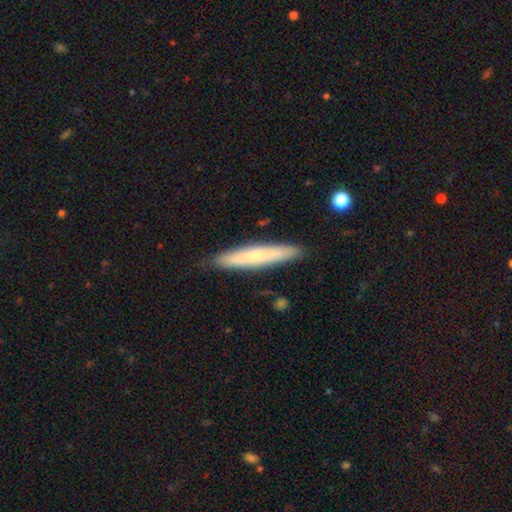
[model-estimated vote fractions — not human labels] A smooth galaxy with no disk features (62%) that is cigar-shaped (92%). Merging: none (87%).